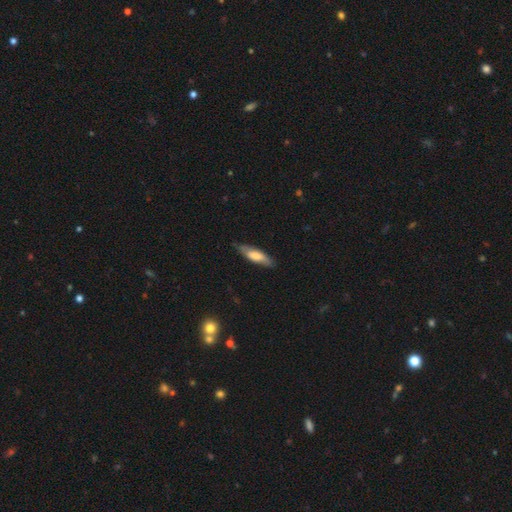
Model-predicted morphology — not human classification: This is likely a smooth galaxy (63%). How rounded: possibly cigar-shaped (55%). Merging: likely none (78%).